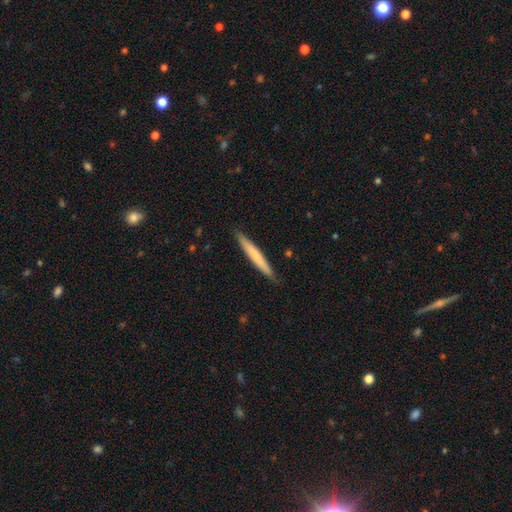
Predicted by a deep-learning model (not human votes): Smooth or featured? Predicted: smooth (p=0.63). How rounded? Predicted: cigar-shaped (p=0.96). Merging? Predicted: none (p=0.89).